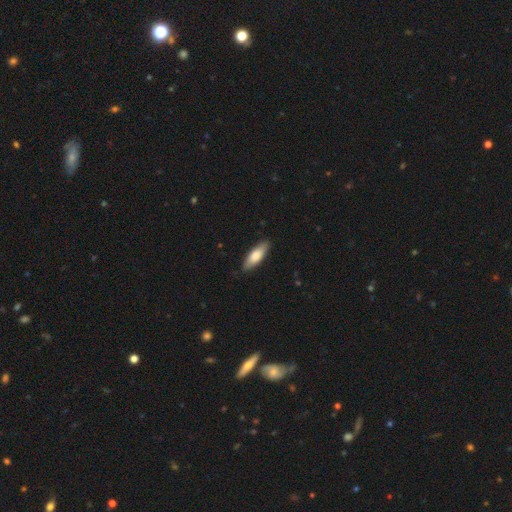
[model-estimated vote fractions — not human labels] Q: Smooth or featured?
A: smooth (78%); runner-up: featured or disk (17%)
Q: How rounded?
A: in between (60%); runner-up: cigar-shaped (38%)
Q: Merging?
A: none (86%); runner-up: minor disturbance (11%)